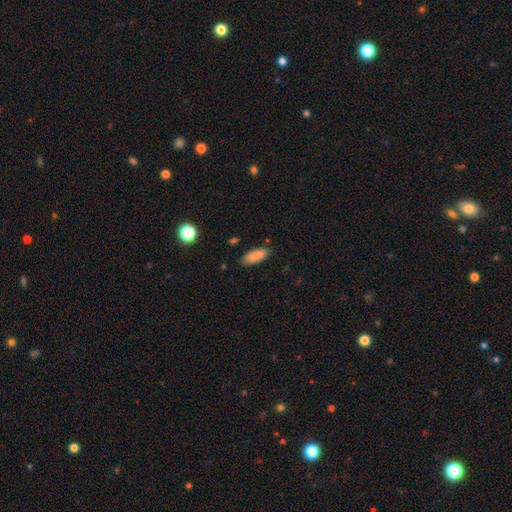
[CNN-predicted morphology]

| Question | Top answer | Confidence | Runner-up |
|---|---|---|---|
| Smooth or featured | smooth | 87% | star or artifact (8%) |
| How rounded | in between | 77% | cigar-shaped (21%) |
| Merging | none | 84% | minor disturbance (12%) |